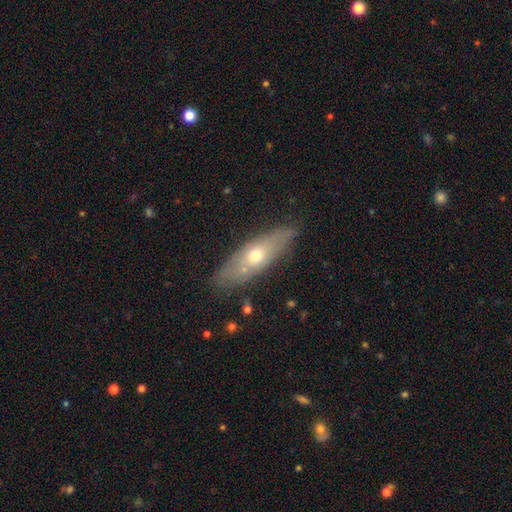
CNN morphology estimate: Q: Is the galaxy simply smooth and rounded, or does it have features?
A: smooth — 49%.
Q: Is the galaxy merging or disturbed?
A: none — 80%.